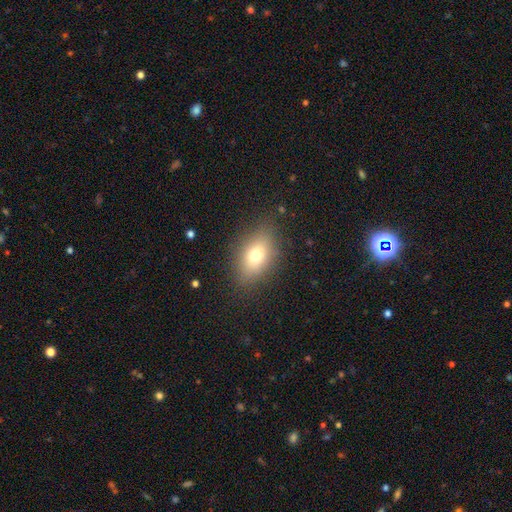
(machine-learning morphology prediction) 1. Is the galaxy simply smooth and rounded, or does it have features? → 70% smooth, 17% featured or disk, 13% star or artifact.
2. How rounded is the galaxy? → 80% in between, 16% round, 4% cigar-shaped.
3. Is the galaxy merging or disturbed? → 83% none, 11% minor disturbance, 4% major disturbance, 1% merger.